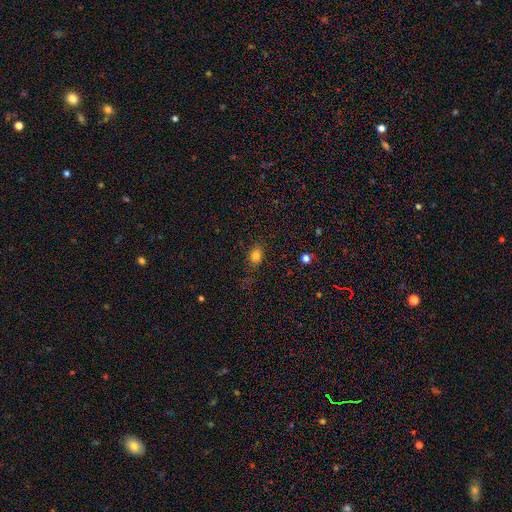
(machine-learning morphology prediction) type=smooth (80%); roundness=in between (58%); merging=none (78%).